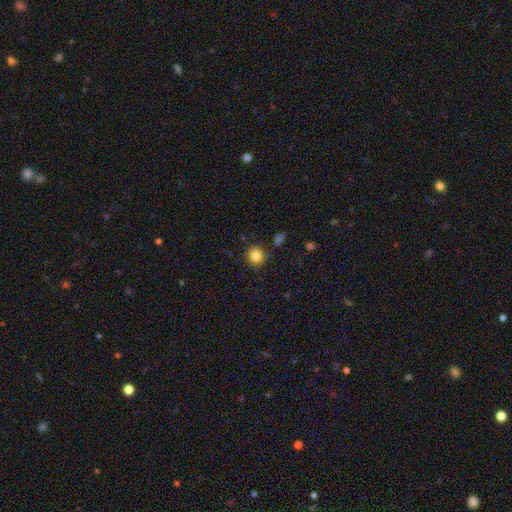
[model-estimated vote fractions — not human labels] Smooth or featured? smooth (84%)
How rounded? round (89%)
Merging? none (86%)